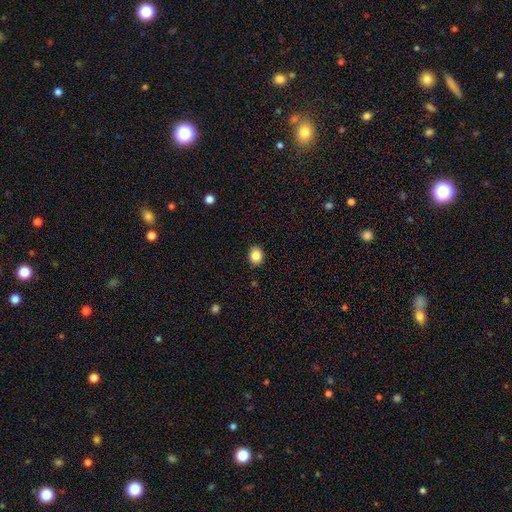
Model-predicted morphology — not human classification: Overall: smooth (84%). How rounded: round (62%; in between 37%). Merging: none (89%).